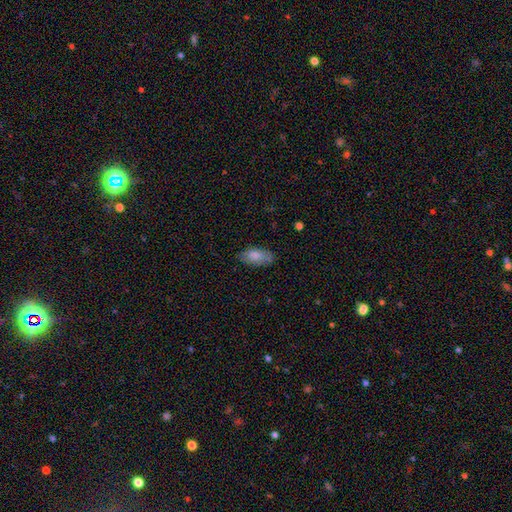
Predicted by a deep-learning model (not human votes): Morphology: type=smooth (83%); roundness=in between (89%); merging=none (77%).